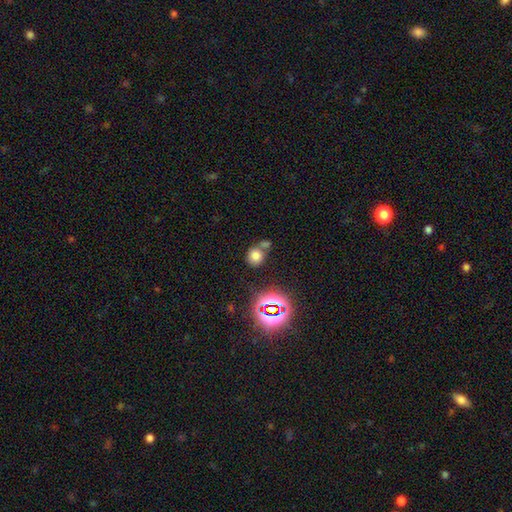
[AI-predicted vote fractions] Smooth or featured? Predicted: smooth (p=0.72). How rounded? Predicted: round (p=0.80). Merging? Predicted: none (p=0.57).